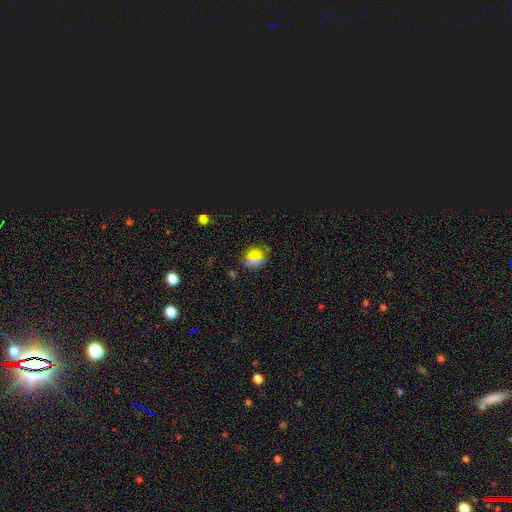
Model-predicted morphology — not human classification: smooth 62%, star or artifact 30%, featured or disk 8%. Down the decision tree: how rounded — round (69%); merging — none (80%).